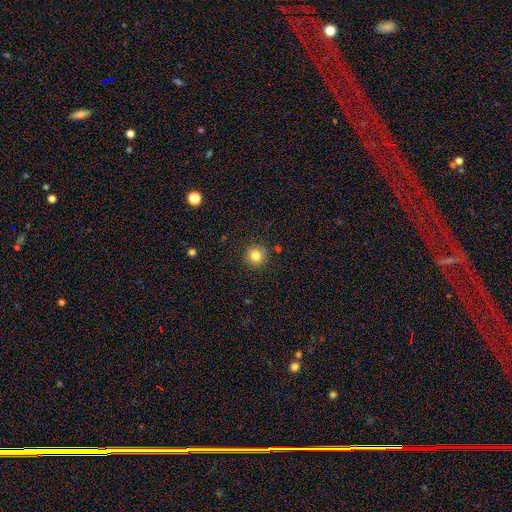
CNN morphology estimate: smooth-or-featured: smooth: 82% | star or artifact: 11% | featured or disk: 7%
  how-rounded: round: 94% | in between: 5% | cigar-shaped: 1%
  merging: none: 90% | minor disturbance: 7% | major disturbance: 2% | merger: 1%